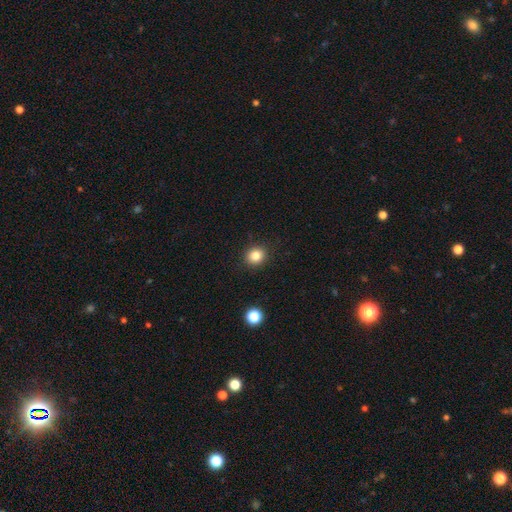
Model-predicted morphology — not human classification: Smooth or featured? Predicted: smooth (p=0.83). How rounded? Predicted: round (p=0.74). Merging? Predicted: none (p=0.90).